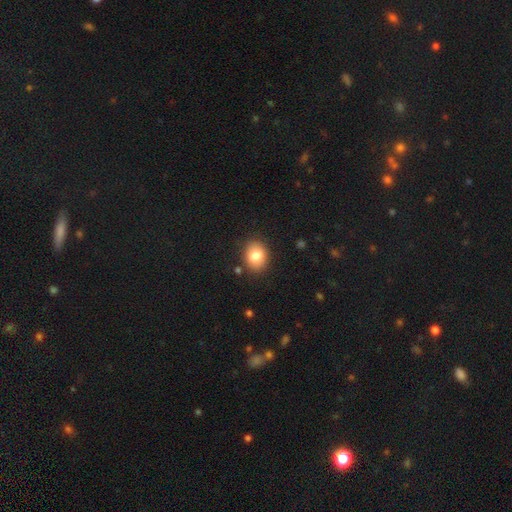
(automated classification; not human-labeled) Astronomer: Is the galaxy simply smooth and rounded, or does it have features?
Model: smooth — 83%.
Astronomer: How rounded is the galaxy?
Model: in between — 57% (runner-up: round, 42%).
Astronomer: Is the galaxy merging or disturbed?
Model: none — 86%.